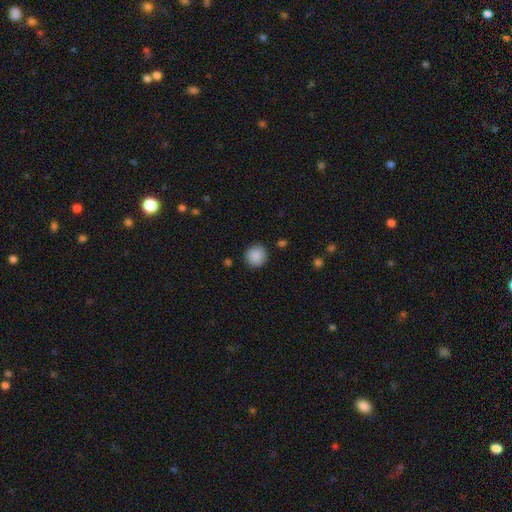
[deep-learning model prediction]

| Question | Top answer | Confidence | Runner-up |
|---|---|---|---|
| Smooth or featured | smooth | 89% | star or artifact (8%) |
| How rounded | round | 92% | in between (7%) |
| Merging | none | 89% | minor disturbance (7%) |